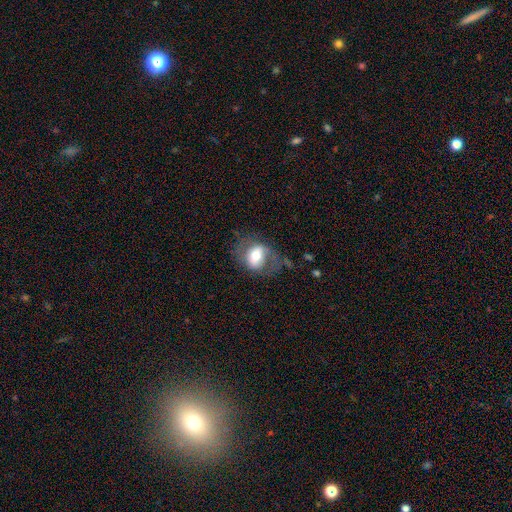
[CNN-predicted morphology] Smooth or featured? Predicted: smooth (p=0.49). Merging? Predicted: none (p=0.50).